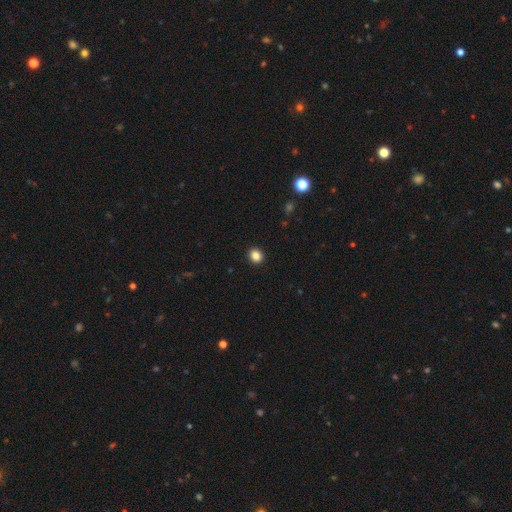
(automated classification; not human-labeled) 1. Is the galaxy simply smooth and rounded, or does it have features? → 86% smooth, 11% star or artifact, 3% featured or disk.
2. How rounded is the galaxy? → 71% round, 28% in between, 1% cigar-shaped.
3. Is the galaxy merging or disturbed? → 92% none, 5% minor disturbance, 2% major disturbance, 1% merger.